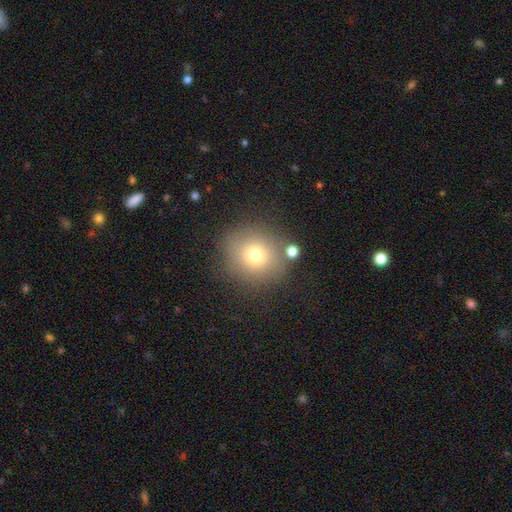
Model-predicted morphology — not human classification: This appears to be a smooth galaxy with no disk features (71%) that is round (89%). Merging: none (76%).